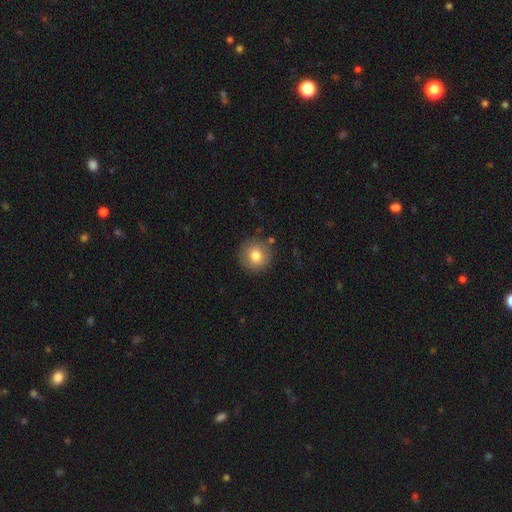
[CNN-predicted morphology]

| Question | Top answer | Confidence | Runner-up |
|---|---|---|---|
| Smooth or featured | smooth | 79% | featured or disk (12%) |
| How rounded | round | 95% | in between (4%) |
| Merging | none | 87% | minor disturbance (8%) |